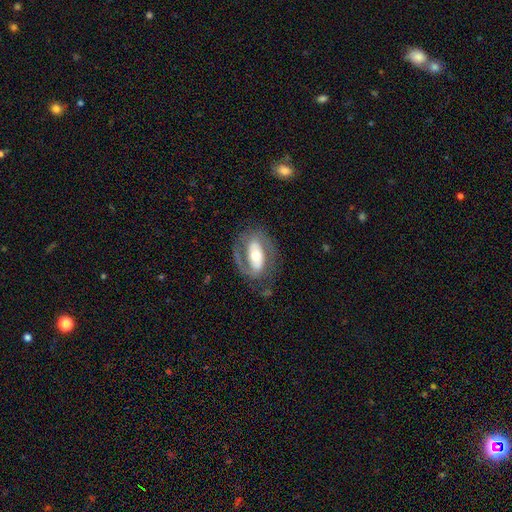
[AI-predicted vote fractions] This is likely a featured or disk galaxy (76%). It is clearly not viewed edge-on (93%). Bar: marginally strong (43%). Spiral arm pattern: likely yes (77%). Spiral arm count: likely 2 (78%). Spiral winding: possibly medium (45%). Central bulge: likely moderate (60%). Merging: likely none (70%).